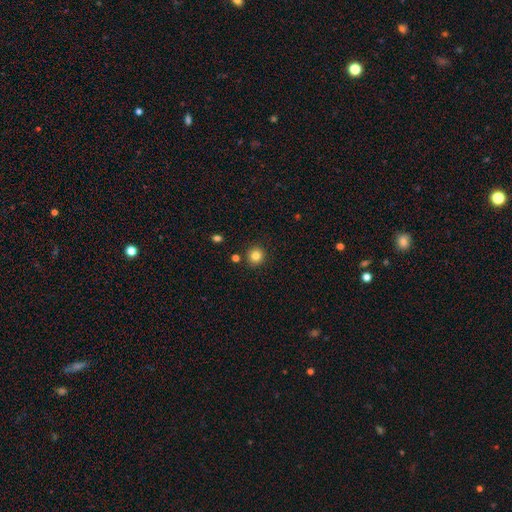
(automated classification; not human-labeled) Smooth or featured?
  - smooth: 82% *
  - star or artifact: 12%
  - featured or disk: 6%
How rounded?
  - round: 92% *
  - in between: 7%
  - cigar-shaped: 1%
Merging?
  - none: 89% *
  - minor disturbance: 6%
  - merger: 3%
  - major disturbance: 2%